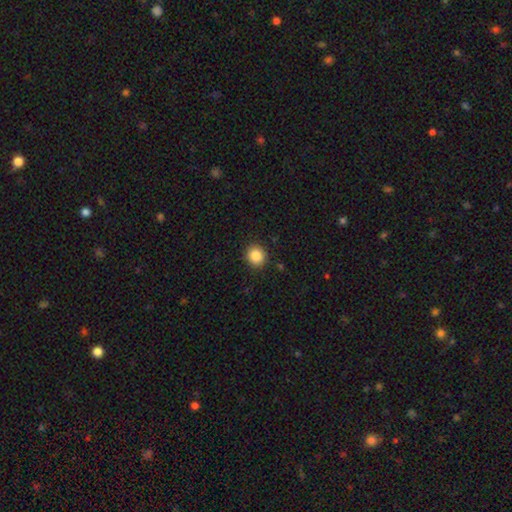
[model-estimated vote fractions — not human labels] Smooth or featured: smooth — 87% (star or artifact — 10%)
How rounded: round — 84% (in between — 15%)
Merging: none — 90% (minor disturbance — 7%)